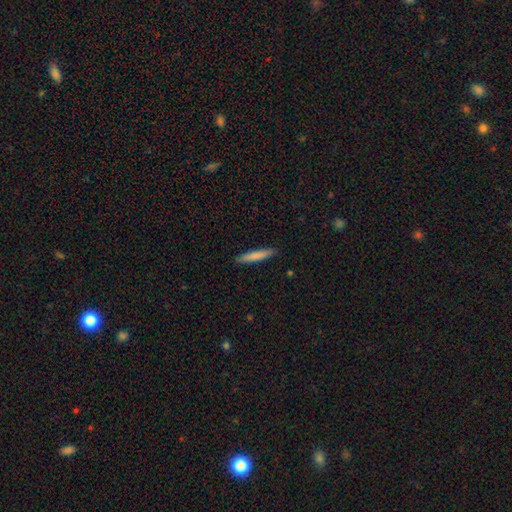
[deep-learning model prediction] Overall: smooth (79%). How rounded: cigar-shaped (94%). Merging: none (91%).